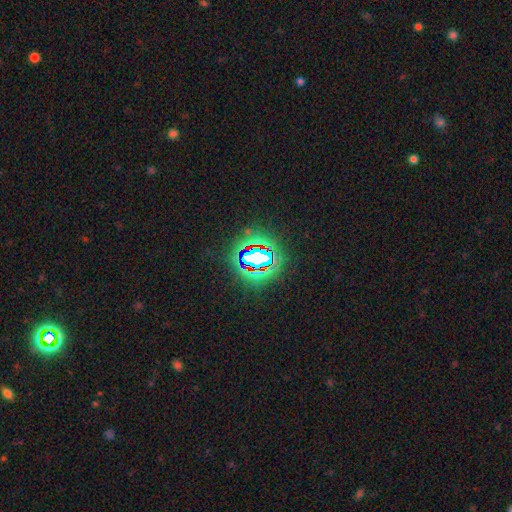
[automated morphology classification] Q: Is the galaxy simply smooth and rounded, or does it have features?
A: star or artifact — 80%.